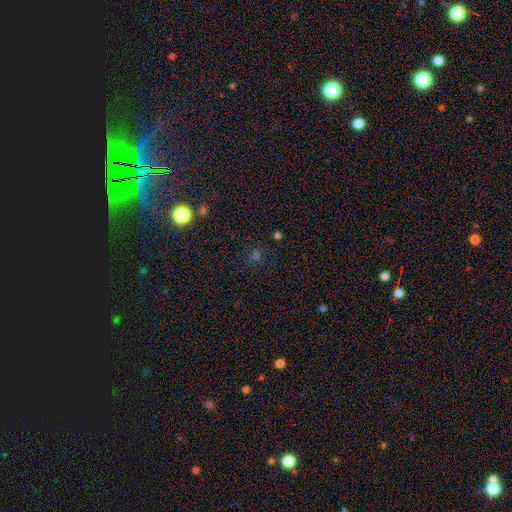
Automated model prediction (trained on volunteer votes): The model was most divided on "smooth or featured": star or artifact: 51%, smooth: 41%, featured or disk: 8%.